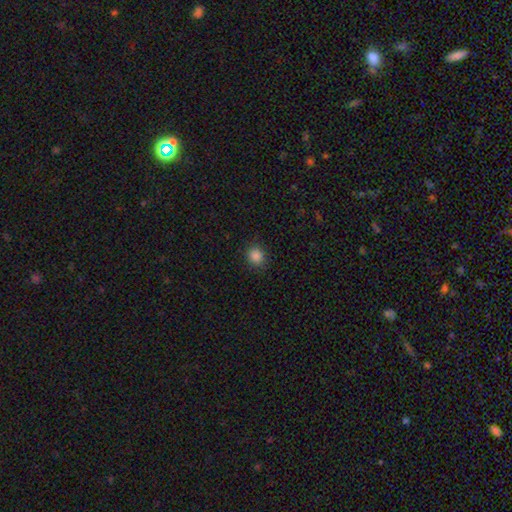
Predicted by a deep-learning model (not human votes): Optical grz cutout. It shows a smooth galaxy with no disk features (85%) that is round (80%). Merging: none (89%).